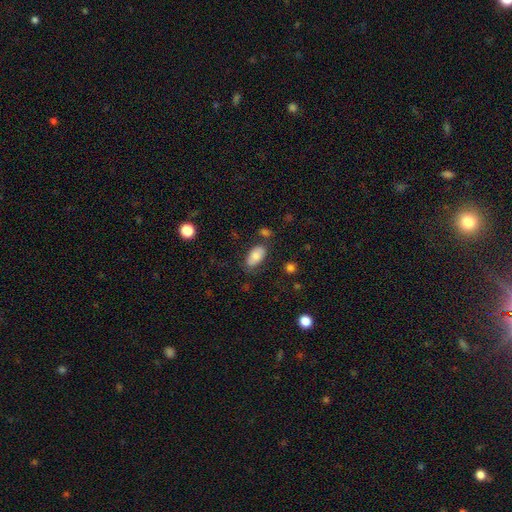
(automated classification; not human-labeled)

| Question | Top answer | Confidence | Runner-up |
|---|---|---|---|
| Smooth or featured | smooth | 81% | featured or disk (11%) |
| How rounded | in between | 93% | round (4%) |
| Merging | none | 71% | minor disturbance (18%) |